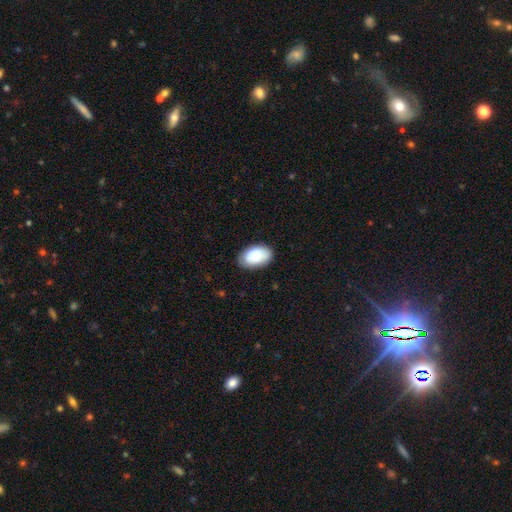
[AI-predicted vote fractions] This appears to be a smooth galaxy with no disk features (83%) that is in between round and cigar-shaped (92%). Merging: none (80%).